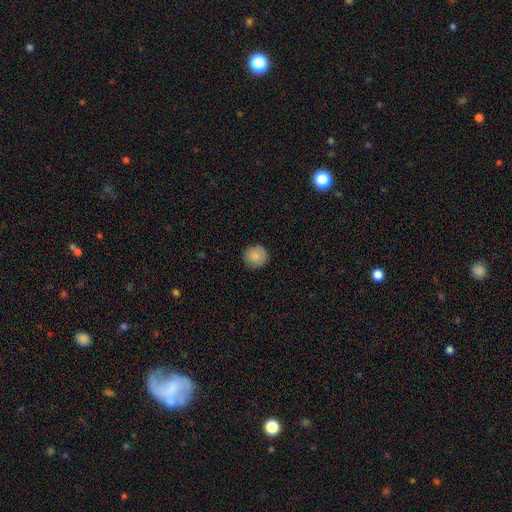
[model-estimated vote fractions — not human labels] The model was most divided on "smooth or featured": smooth: 85%, star or artifact: 8%, featured or disk: 6%. More confident: how rounded — round (92%); merging — none (88%).